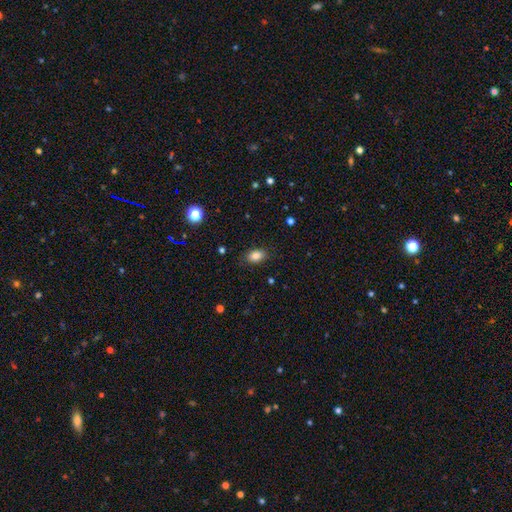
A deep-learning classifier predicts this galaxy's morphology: Smooth or featured? Predicted: smooth (p=0.85). How rounded? Predicted: in between (p=0.84). Merging? Predicted: none (p=0.85).